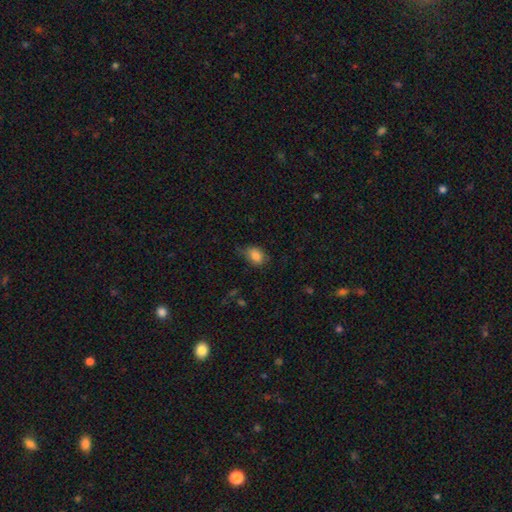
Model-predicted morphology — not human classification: The model was most divided on "merging": none: 62%, minor disturbance: 29%, major disturbance: 7%, merger: 1%. More confident: smooth or featured — smooth (84%); how rounded — in between (77%).